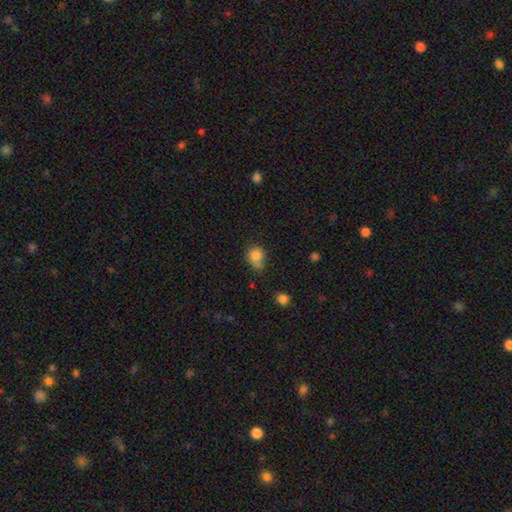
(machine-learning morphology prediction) smooth-or-featured: smooth: 83% | star or artifact: 10% | featured or disk: 6%
  how-rounded: round: 71% | in between: 28% | cigar-shaped: 1%
  merging: none: 46% | minor disturbance: 28% | merger: 15% | major disturbance: 11%